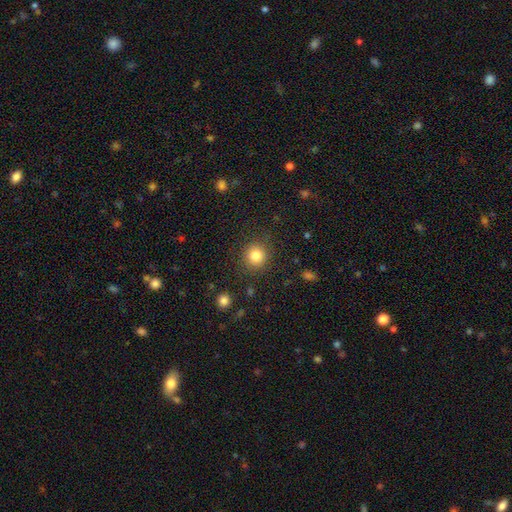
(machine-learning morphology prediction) smooth-or-featured: smooth: 83% | star or artifact: 11% | featured or disk: 6%
  how-rounded: round: 91% | in between: 8% | cigar-shaped: 1%
  merging: none: 87% | minor disturbance: 8% | major disturbance: 3% | merger: 1%